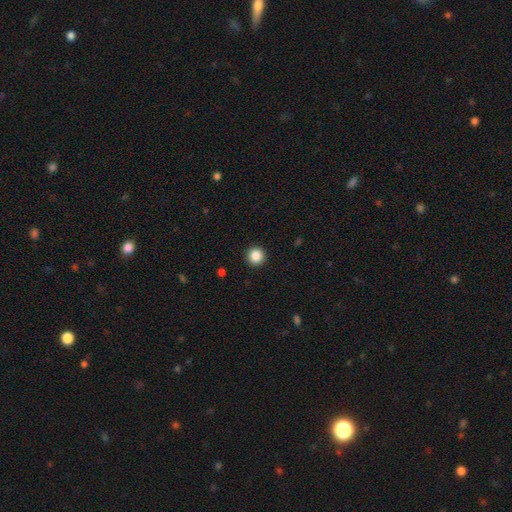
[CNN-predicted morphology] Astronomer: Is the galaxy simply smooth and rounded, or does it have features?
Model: smooth — 87%.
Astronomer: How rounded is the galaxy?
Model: round — 95%.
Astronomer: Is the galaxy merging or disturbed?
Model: none — 93%.